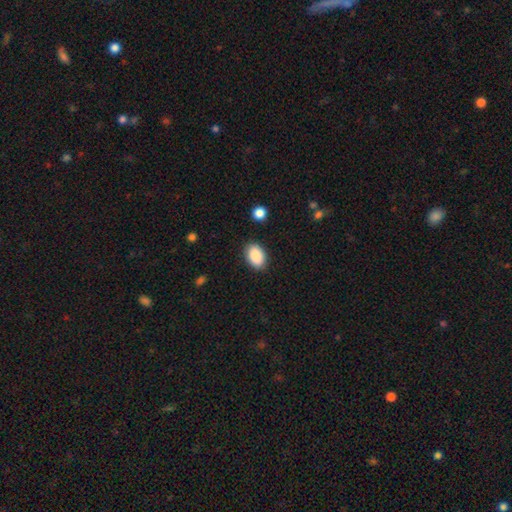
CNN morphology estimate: This is clearly a smooth galaxy (89%). How rounded: clearly in between (89%). Merging: clearly none (87%).